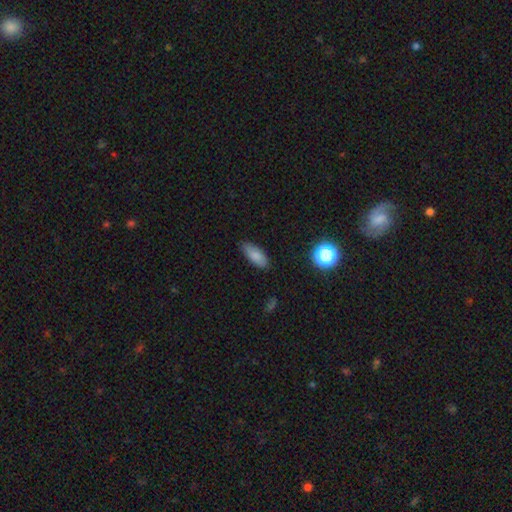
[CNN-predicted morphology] The model was most divided on "how rounded": in between: 80%, cigar-shaped: 18%, round: 2%. More confident: smooth or featured — smooth (83%); merging — none (79%).